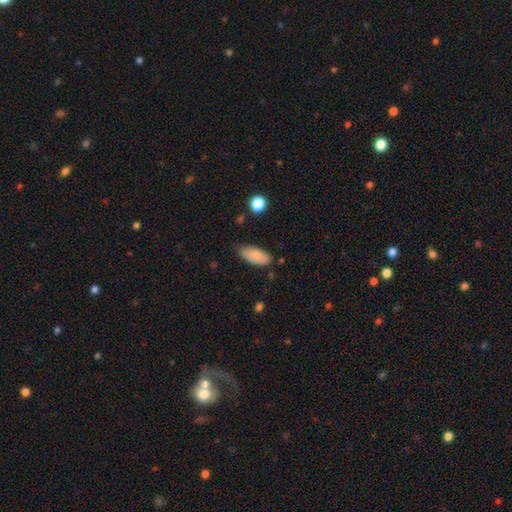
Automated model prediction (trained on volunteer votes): Smooth or featured? smooth (79%)
How rounded? in between (92%)
Merging? none (67%)